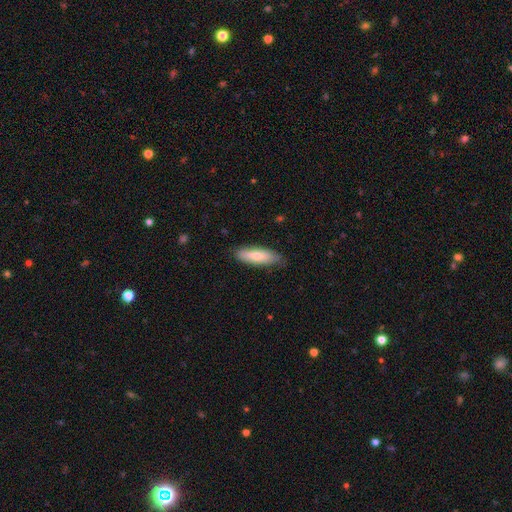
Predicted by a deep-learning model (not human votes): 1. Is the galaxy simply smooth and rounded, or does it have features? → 67% smooth, 27% featured or disk, 6% star or artifact.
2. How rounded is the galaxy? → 53% in between, 45% cigar-shaped, 2% round.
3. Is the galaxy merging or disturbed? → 79% none, 17% minor disturbance, 3% major disturbance, 1% merger.